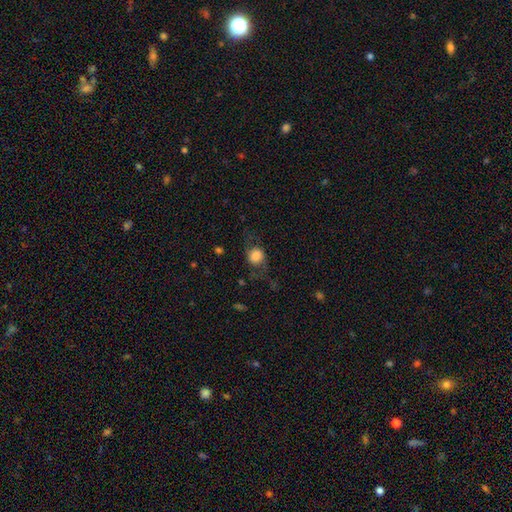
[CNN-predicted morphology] Overall: smooth (68%). How rounded: round (73%). Merging: none (62%).